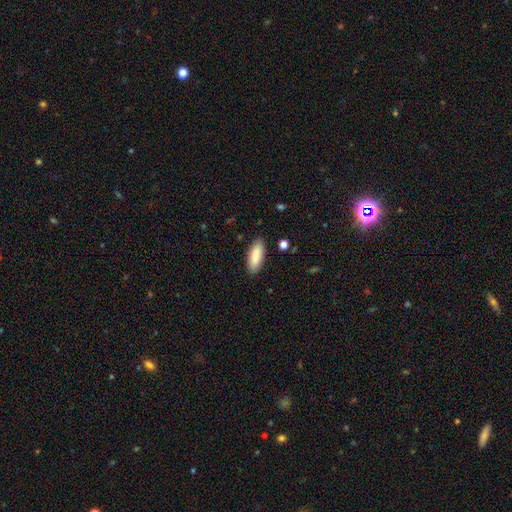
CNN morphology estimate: Overall: smooth (86%). How rounded: in between (67%; cigar-shaped 31%). Merging: none (88%).